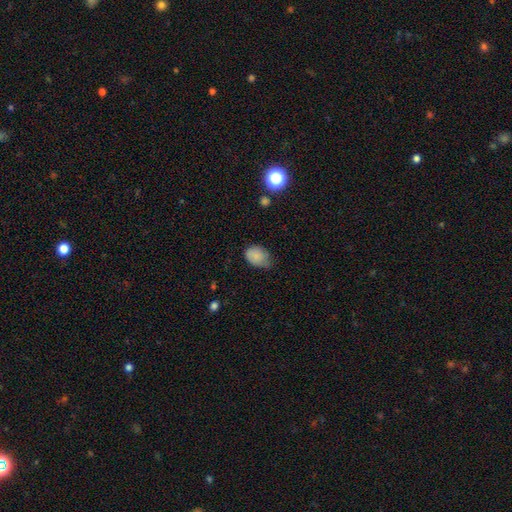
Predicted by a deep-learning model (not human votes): The model was most divided on "merging": minor disturbance: 45%, none: 43%, major disturbance: 10%, merger: 2%. More confident: smooth or featured — smooth (83%); how rounded — in between (70%).